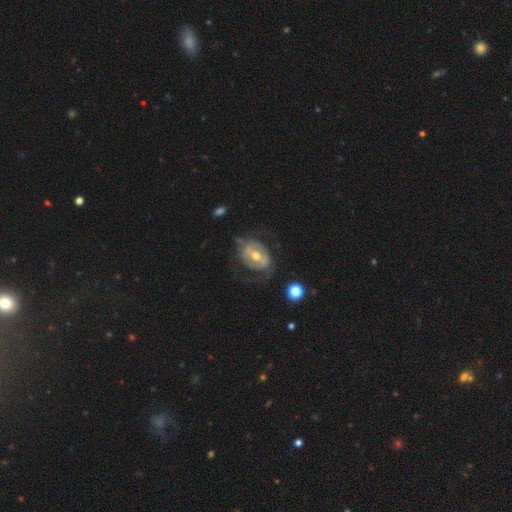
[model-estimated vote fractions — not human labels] smooth-or-featured: featured or disk: 72% | smooth: 22% | star or artifact: 6%
  disk-edge-on: no: 95% | yes: 5%
    bar: strong: 45% | weak: 35% | no: 19%
    has-spiral-arms: yes: 57% | no: 43%
    bulge-size: moderate: 69% | small: 24% | large: 4% | none: 1% | dominant: 1%
  merging: none: 52% | minor disturbance: 23% | major disturbance: 22% | merger: 3%